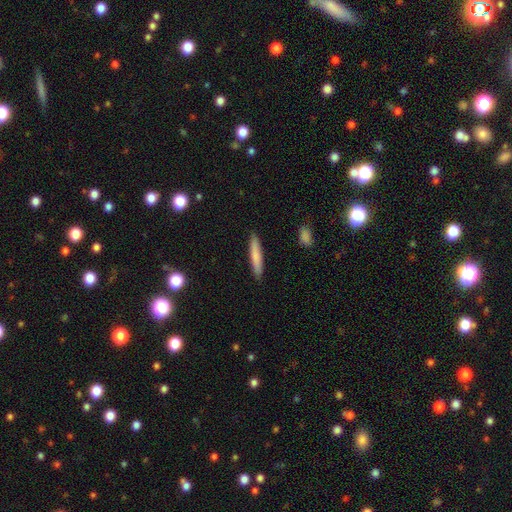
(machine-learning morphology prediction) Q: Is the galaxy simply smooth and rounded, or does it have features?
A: smooth — 77%.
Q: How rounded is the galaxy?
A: cigar-shaped — 92%.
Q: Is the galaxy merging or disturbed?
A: none — 90%.